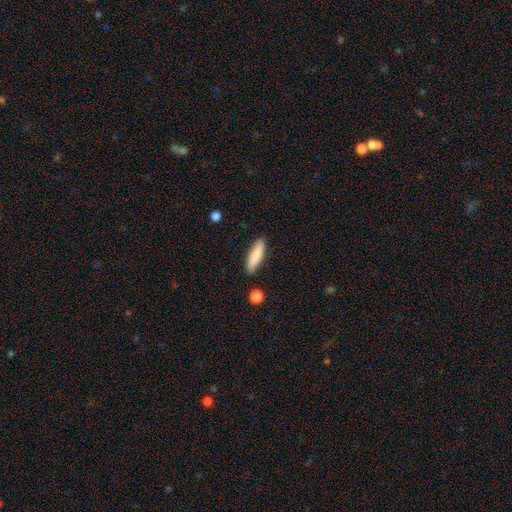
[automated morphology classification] smooth_or_featured: smooth (p=0.84) [alt: featured or disk p=0.10]
how_rounded: cigar-shaped (p=0.67) [alt: in between p=0.31]
merging: none (p=0.86) [alt: minor disturbance p=0.10]